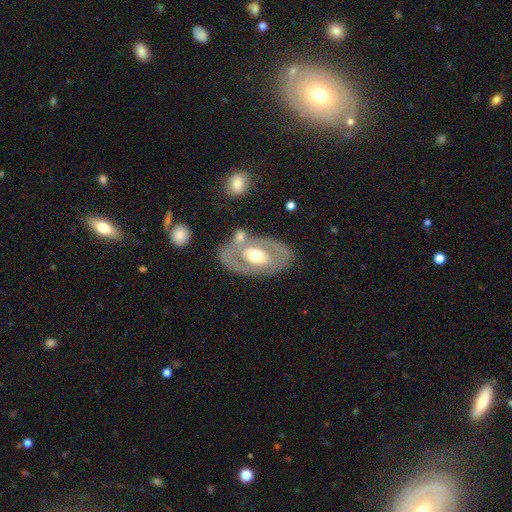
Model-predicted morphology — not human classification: Overall: featured or disk (72%). Edge-on disk: no (91%). Bar: no (67%). Spiral arms: no (59%; yes 41%). Bulge size: moderate (72%). Merging: none (74%).